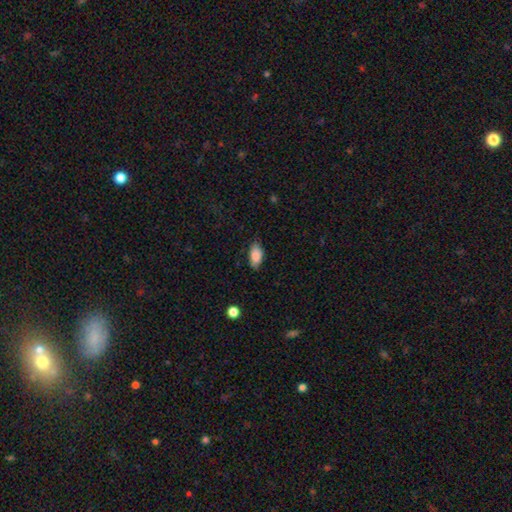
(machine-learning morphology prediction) The model was most divided on "merging": none: 78%, minor disturbance: 17%, major disturbance: 3%, merger: 1%. More confident: how rounded — in between (91%); smooth or featured — smooth (85%).